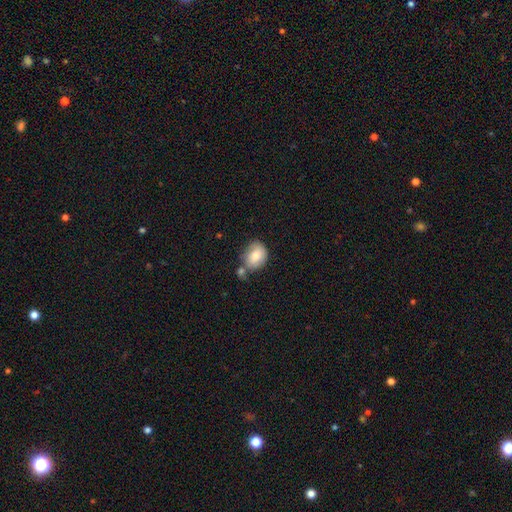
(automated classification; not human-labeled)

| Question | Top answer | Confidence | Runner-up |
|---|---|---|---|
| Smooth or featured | smooth | 76% | featured or disk (16%) |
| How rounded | in between | 51% | round (48%) |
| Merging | none | 50% | merger (24%) |